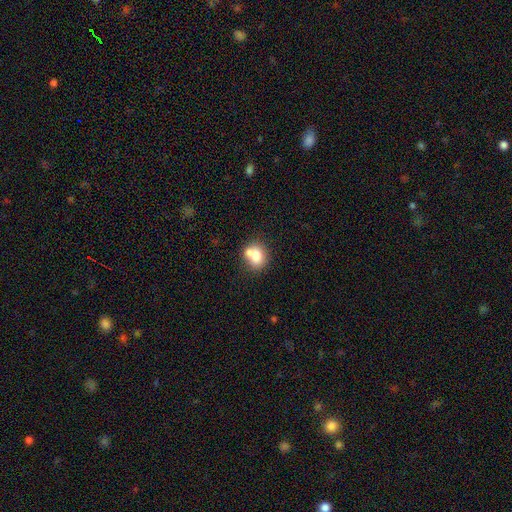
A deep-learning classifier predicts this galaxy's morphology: A smooth galaxy with no disk features (72%) that is round (66%).

Vote fractions:
- Smooth or featured? smooth: 72% / featured or disk: 18% / star or artifact: 10%
- How rounded? round: 66% / in between: 33% / cigar-shaped: 1%
- Merging? merger: 44% / none: 42% / minor disturbance: 10% / major disturbance: 4%